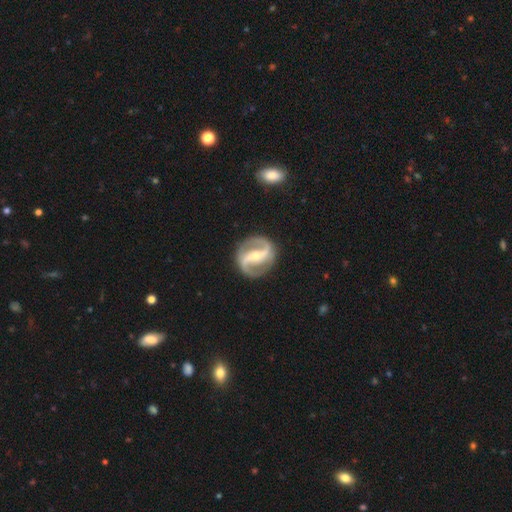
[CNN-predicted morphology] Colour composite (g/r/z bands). It shows a featured or disk galaxy (90%) with a strong bar (57%), 2 (94%) medium (50%) spiral arms (96%) and a small central bulge (52%). Merging: none (87%).